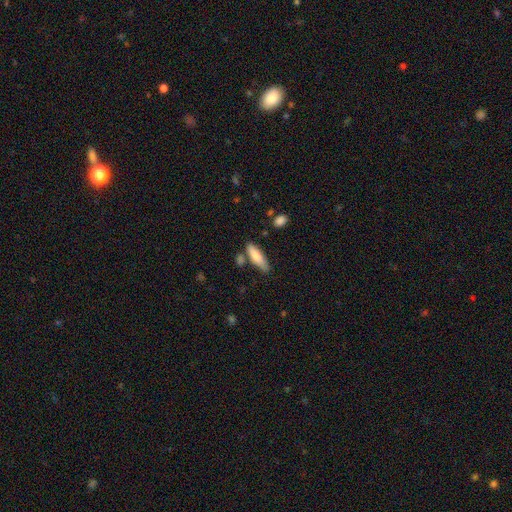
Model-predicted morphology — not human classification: This is likely a smooth galaxy (79%). How rounded: possibly cigar-shaped (55%). Merging: likely none (68%).